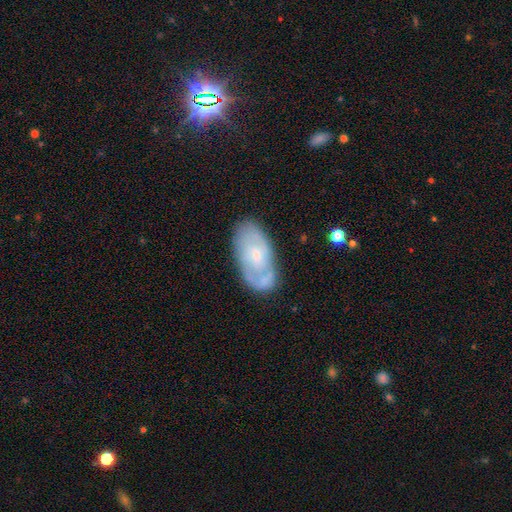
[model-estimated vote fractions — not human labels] featured or disk 62%, smooth 31%, star or artifact 6%. Down the decision tree: edge-on disk — no (94%); bar — no (71%); spiral arms — yes (69%); bulge size — small (67%); merging — none (65%).